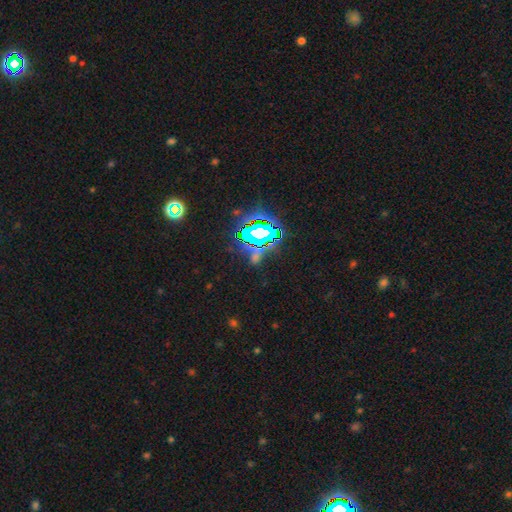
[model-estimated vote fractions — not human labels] star or artifact 75%, smooth 16%, featured or disk 9%.